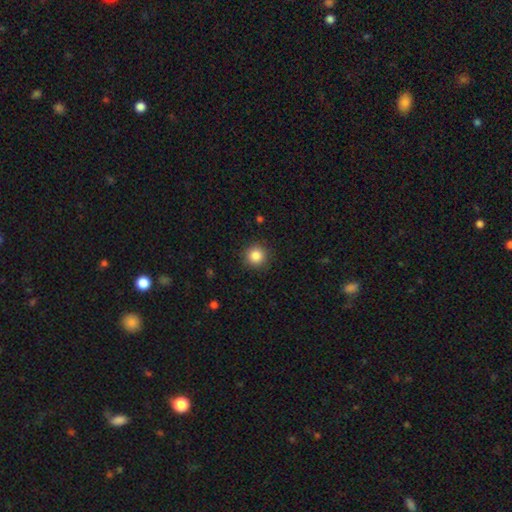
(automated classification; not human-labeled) Smooth or featured? Predicted: smooth (p=0.85). How rounded? Predicted: round (p=0.95). Merging? Predicted: none (p=0.91).